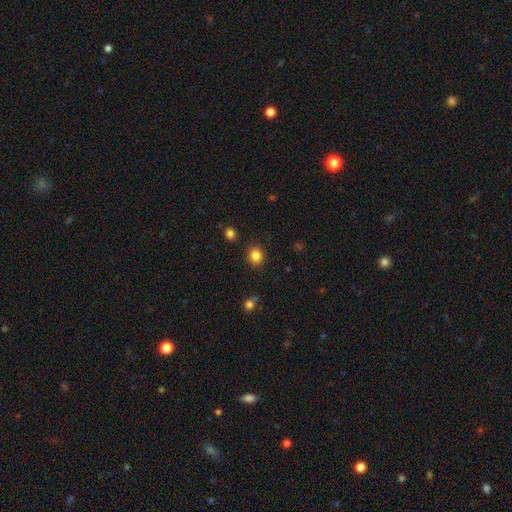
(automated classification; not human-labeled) Morphology: type=smooth (84%); roundness=round (73%); merging=none (88%).